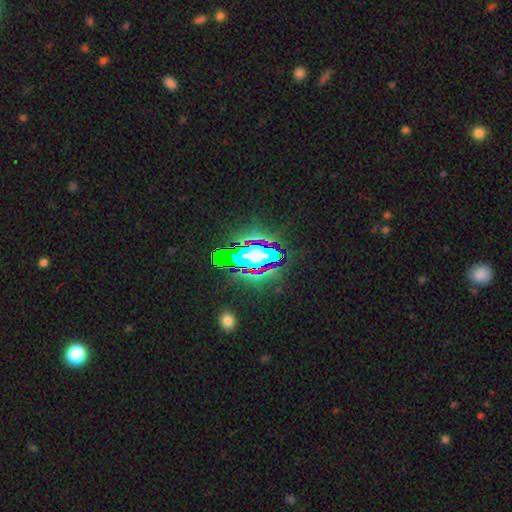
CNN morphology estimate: This is likely a star or artifact rather than a galaxy (60%).